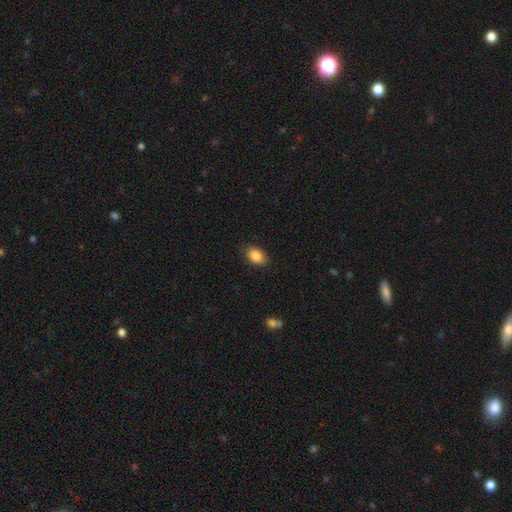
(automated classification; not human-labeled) smooth_or_featured: smooth (p=0.88) [alt: star or artifact p=0.08]
how_rounded: in between (p=0.85) [alt: round p=0.14]
merging: none (p=0.86) [alt: minor disturbance p=0.10]